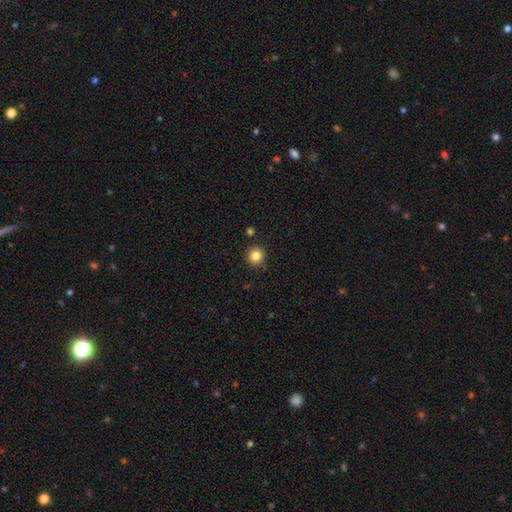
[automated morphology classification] This appears to be a smooth galaxy with no disk features (84%) that is round (94%). Merging: none (90%).